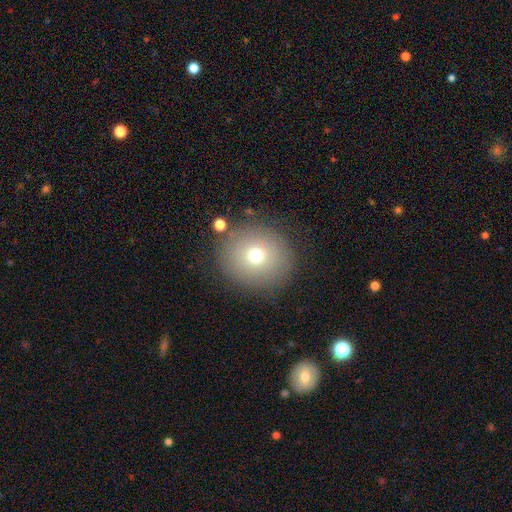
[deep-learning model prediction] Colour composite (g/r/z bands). It shows a smooth galaxy with no disk features (71%) that is round (87%). Merging: none (85%).